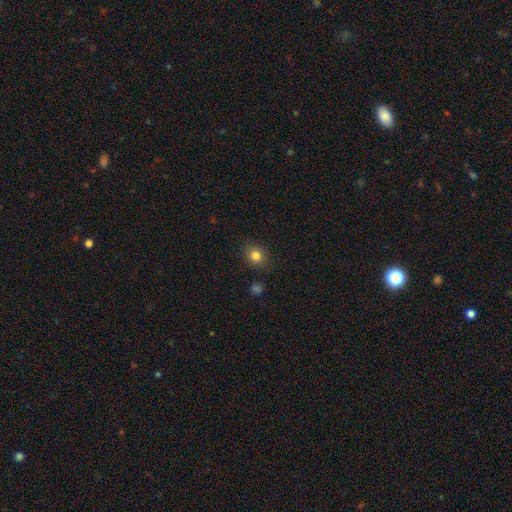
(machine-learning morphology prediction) Smooth or featured? Predicted: smooth (p=0.81). How rounded? Predicted: round (p=0.69). Merging? Predicted: none (p=0.86).